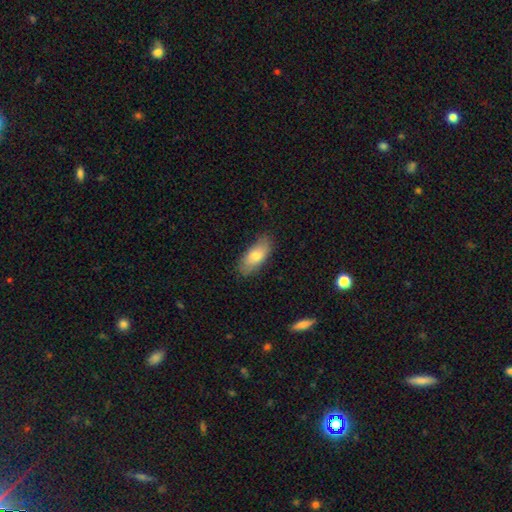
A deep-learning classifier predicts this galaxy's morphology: Smooth or featured?
  - smooth: 78% *
  - featured or disk: 16%
  - star or artifact: 6%
How rounded?
  - in between: 86% *
  - cigar-shaped: 12%
  - round: 3%
Merging?
  - none: 80% *
  - minor disturbance: 16%
  - major disturbance: 3%
  - merger: 1%